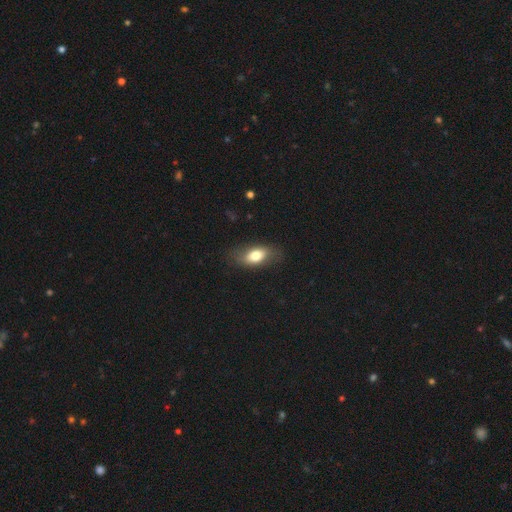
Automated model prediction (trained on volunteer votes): The model was most divided on "smooth or featured": smooth: 74%, featured or disk: 18%, star or artifact: 7%. More confident: how rounded — in between (85%); merging — none (76%).